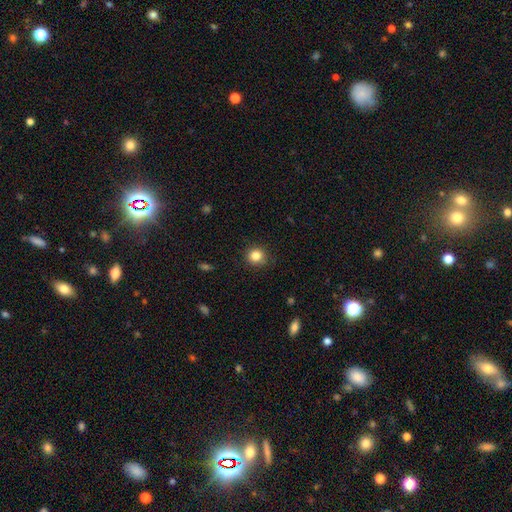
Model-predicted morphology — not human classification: A smooth galaxy with no disk features (84%) that is round (91%). Merging: none (89%).